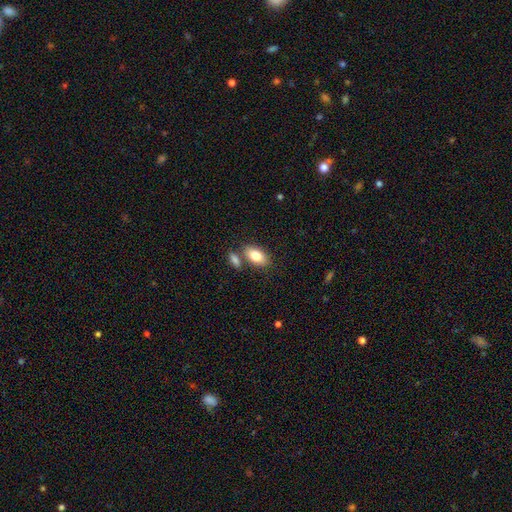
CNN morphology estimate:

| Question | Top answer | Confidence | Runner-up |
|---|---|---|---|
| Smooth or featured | smooth | 81% | featured or disk (12%) |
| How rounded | in between | 91% | round (6%) |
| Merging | none | 65% | merger (21%) |